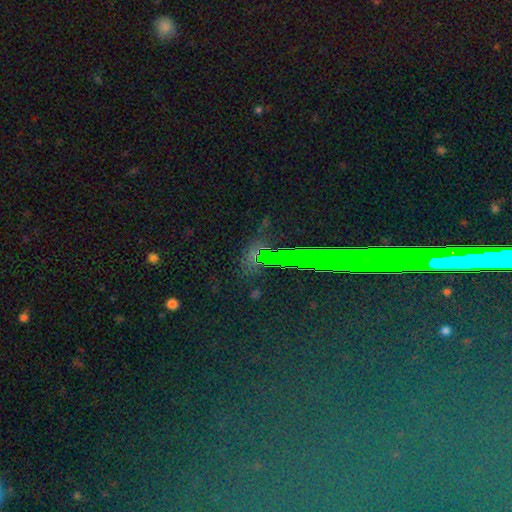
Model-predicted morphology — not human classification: Q: Smooth or featured?
A: star or artifact (73%); runner-up: smooth (15%)